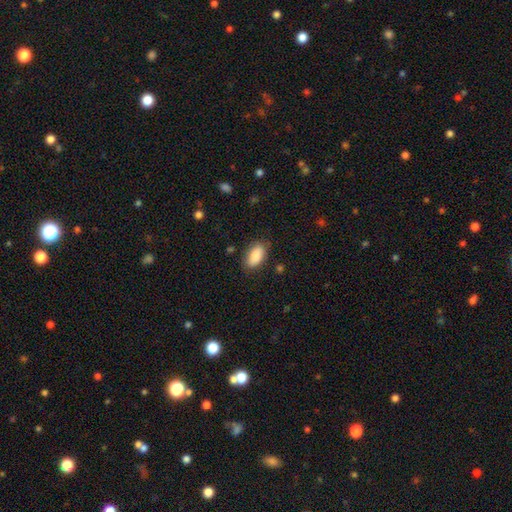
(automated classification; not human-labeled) Smooth or featured: smooth — 87% (star or artifact — 7%)
How rounded: in between — 93% (round — 4%)
Merging: none — 81% (minor disturbance — 14%)